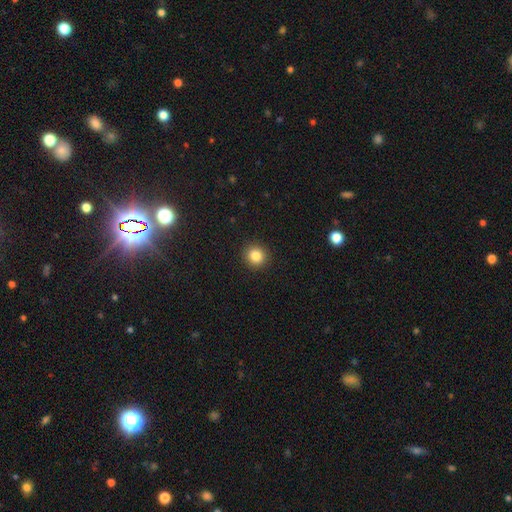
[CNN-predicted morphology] smooth-or-featured: smooth: 84% | star or artifact: 11% | featured or disk: 5%
  how-rounded: round: 91% | in between: 8% | cigar-shaped: 1%
  merging: none: 92% | minor disturbance: 5% | major disturbance: 2% | merger: 1%